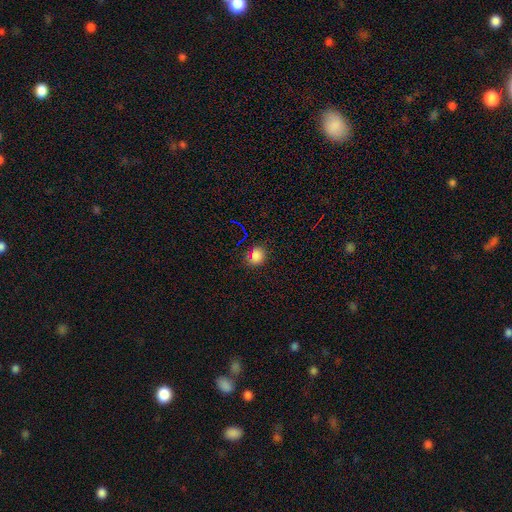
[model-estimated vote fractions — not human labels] The model was most divided on "how rounded": round: 69%, in between: 30%, cigar-shaped: 1%. More confident: merging — none (80%); smooth or featured — smooth (75%).